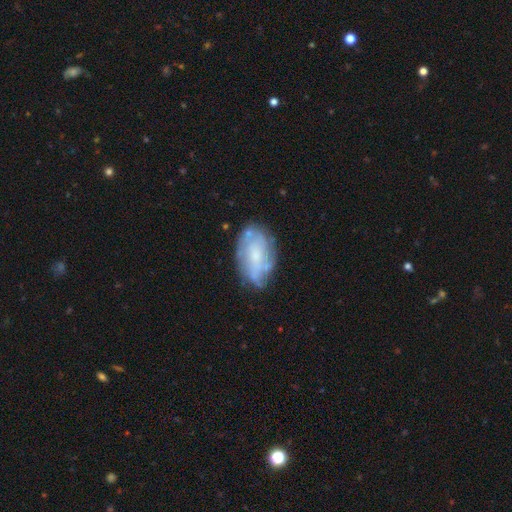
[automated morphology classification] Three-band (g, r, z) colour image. It shows a featured or disk galaxy (57%) with no bar (71%), spiral arms (61%) and a small central bulge (44%). Merging: none (65%).